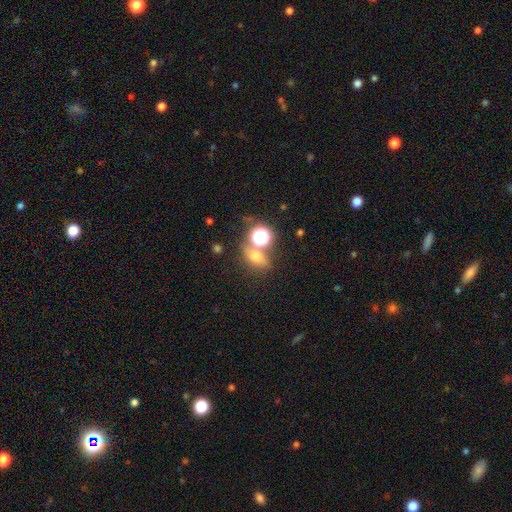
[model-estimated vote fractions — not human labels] Morphology: type=smooth (57%); roundness=in between (52%); merging=none (55%).